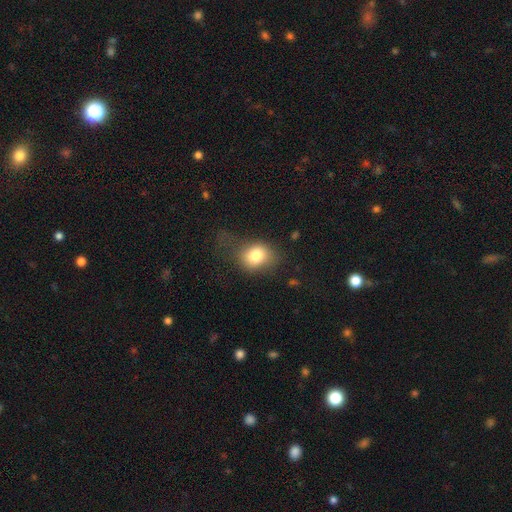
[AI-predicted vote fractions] A smooth galaxy with no disk features (79%) that is in between round and cigar-shaped (51%).

Vote fractions:
- Smooth or featured? smooth: 79% / featured or disk: 11% / star or artifact: 10%
- How rounded? in between: 51% / round: 48% / cigar-shaped: 1%
- Merging? none: 49% / minor disturbance: 26% / major disturbance: 23% / merger: 2%